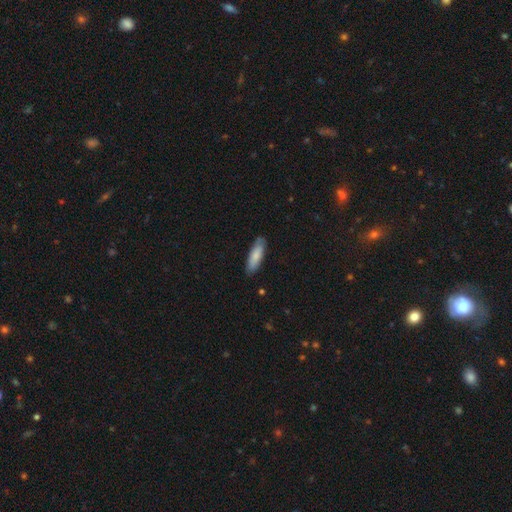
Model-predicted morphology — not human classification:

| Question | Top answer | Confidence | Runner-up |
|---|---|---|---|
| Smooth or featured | smooth | 81% | featured or disk (14%) |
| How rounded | cigar-shaped | 51% | in between (48%) |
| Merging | none | 83% | minor disturbance (14%) |